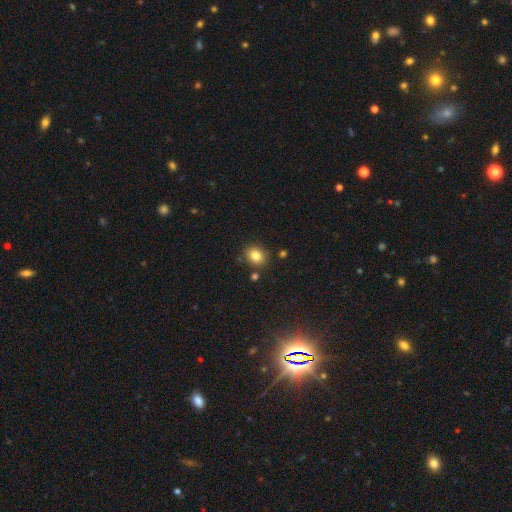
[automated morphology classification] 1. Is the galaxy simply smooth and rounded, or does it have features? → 82% smooth, 11% star or artifact, 7% featured or disk.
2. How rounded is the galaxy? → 60% round, 39% in between, 1% cigar-shaped.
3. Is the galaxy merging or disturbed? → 83% none, 10% minor disturbance, 5% merger, 3% major disturbance.